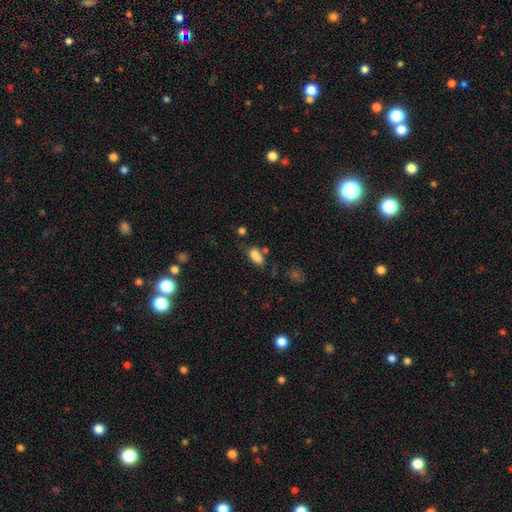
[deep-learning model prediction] smooth-or-featured: smooth: 80% | star or artifact: 11% | featured or disk: 9%
  how-rounded: in between: 85% | cigar-shaped: 9% | round: 6%
  merging: none: 47% | minor disturbance: 23% | merger: 20% | major disturbance: 10%